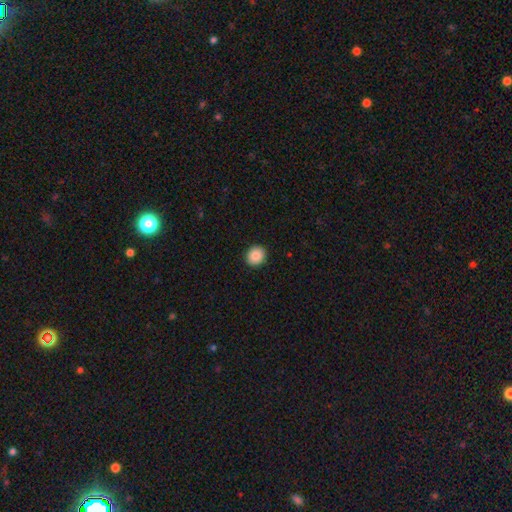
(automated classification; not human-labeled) Smooth or featured?
  - smooth: 87% *
  - star or artifact: 8%
  - featured or disk: 5%
How rounded?
  - round: 74% *
  - in between: 25%
  - cigar-shaped: 1%
Merging?
  - none: 91% *
  - minor disturbance: 6%
  - major disturbance: 2%
  - merger: 1%